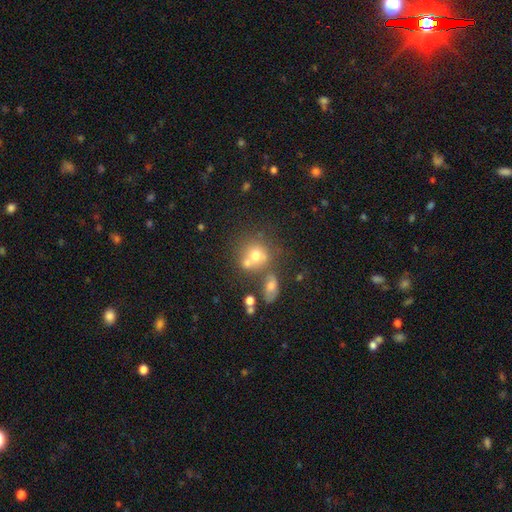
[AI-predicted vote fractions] smooth-or-featured: smooth: 67% | featured or disk: 20% | star or artifact: 13%
  how-rounded: round: 75% | in between: 24% | cigar-shaped: 1%
  merging: merger: 43% | none: 40% | minor disturbance: 11% | major disturbance: 6%